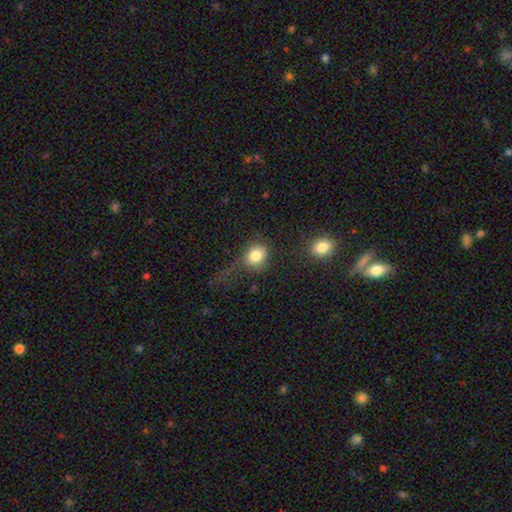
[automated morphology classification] Smooth or featured?
  - smooth: 82% *
  - star or artifact: 9%
  - featured or disk: 9%
How rounded?
  - round: 57% *
  - in between: 41%
  - cigar-shaped: 1%
Merging?
  - none: 50% *
  - major disturbance: 23%
  - minor disturbance: 22%
  - merger: 6%